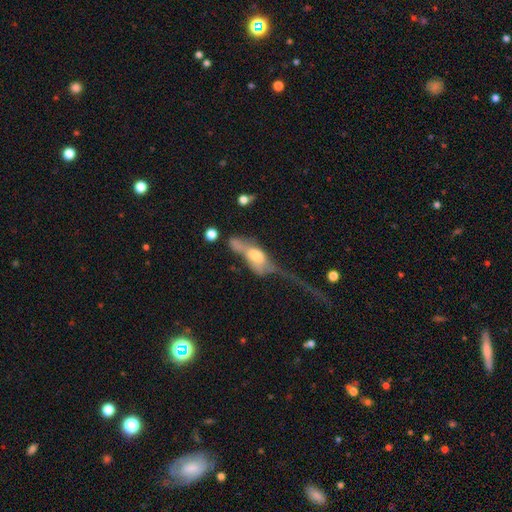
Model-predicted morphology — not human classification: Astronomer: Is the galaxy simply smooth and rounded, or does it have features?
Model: smooth — 50% (runner-up: featured or disk, 41%).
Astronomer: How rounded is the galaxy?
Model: in between — 70%.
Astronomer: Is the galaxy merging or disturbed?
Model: major disturbance — 49% (runner-up: merger, 25%).